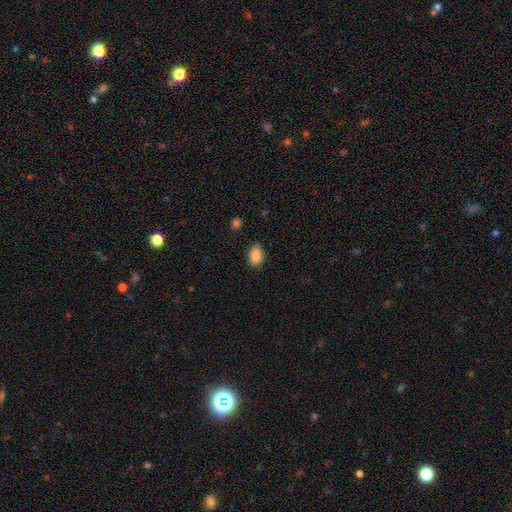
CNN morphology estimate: type=smooth (89%); roundness=in between (89%); merging=none (81%).